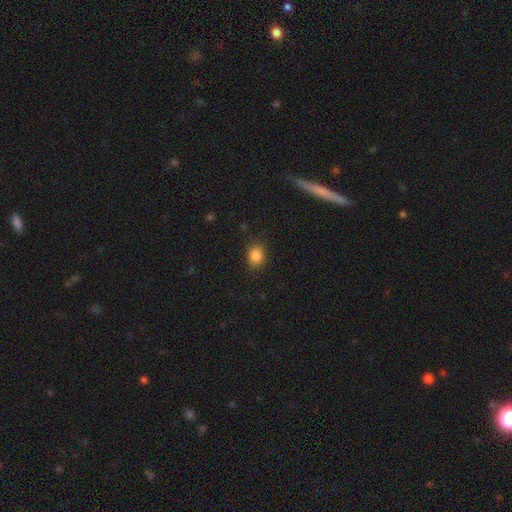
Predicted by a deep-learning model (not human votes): The model was most divided on "how rounded": in between: 52%, round: 47%, cigar-shaped: 1%. More confident: smooth or featured — smooth (86%); merging — none (83%).